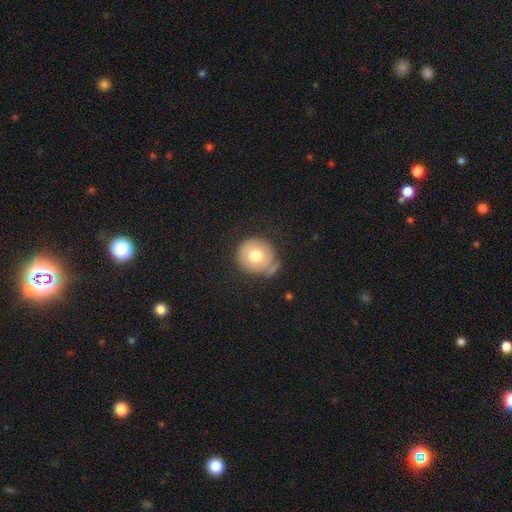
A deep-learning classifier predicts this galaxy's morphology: Smooth or featured: smooth — 71% (featured or disk — 22%)
How rounded: round — 89% (in between — 10%)
Merging: none — 67% (minor disturbance — 20%)